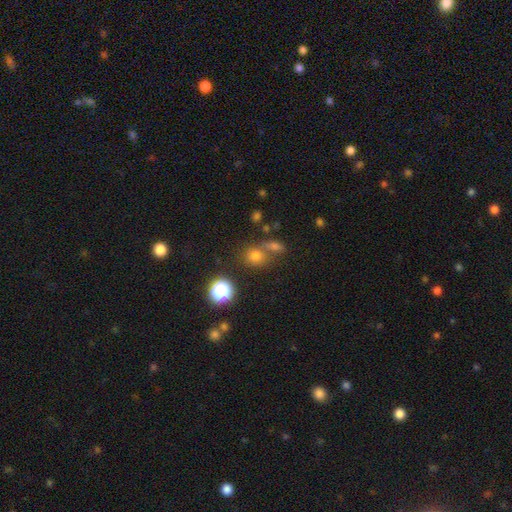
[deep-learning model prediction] This is likely a smooth galaxy (68%). How rounded: likely round (71%). Merging: possibly none (57%).